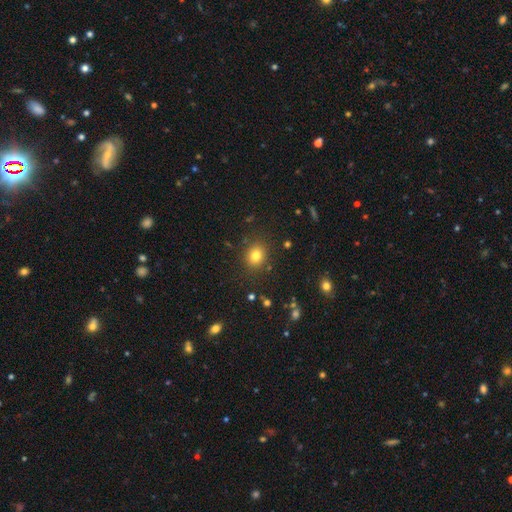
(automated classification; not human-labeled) A smooth galaxy with no disk features (79%) that is round (72%). Merging: none (87%).